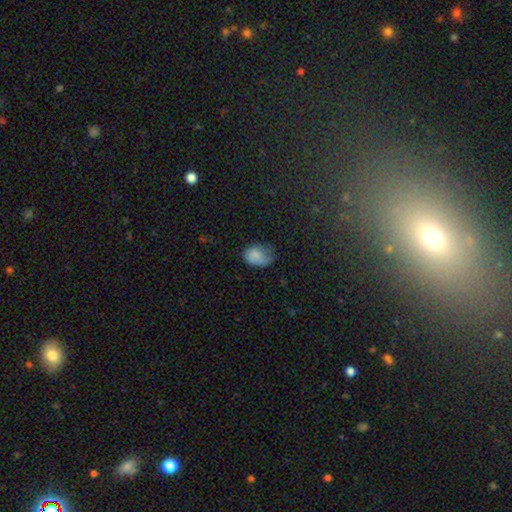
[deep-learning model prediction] Smooth or featured: smooth — 78% (featured or disk — 12%)
How rounded: in between — 73% (round — 26%)
Merging: minor disturbance — 39% (tied with none — 39%)